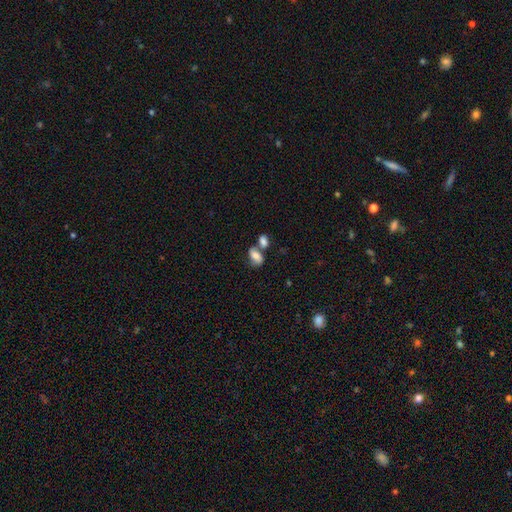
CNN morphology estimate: Smooth or featured? Predicted: smooth (p=0.70). How rounded? Predicted: in between (p=0.85). Merging? Predicted: merger (p=0.48).